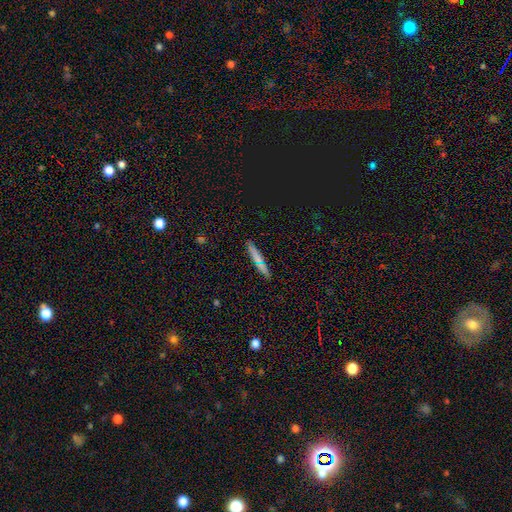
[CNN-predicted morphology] A smooth galaxy with no disk features (58%) that is cigar-shaped (92%). Merging: none (87%).